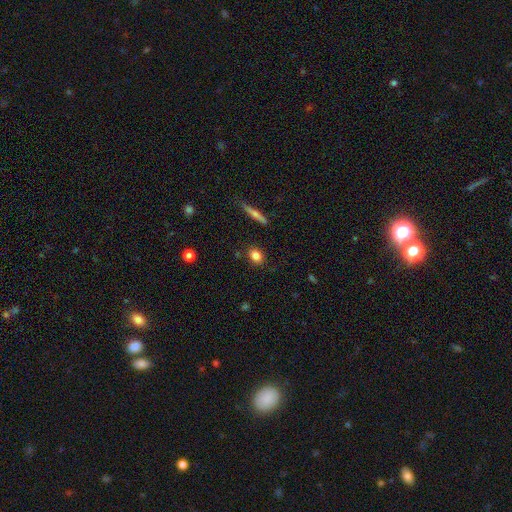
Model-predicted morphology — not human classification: Smooth or featured? Predicted: smooth (p=0.82). How rounded? Predicted: in between (p=0.51). Merging? Predicted: none (p=0.87).